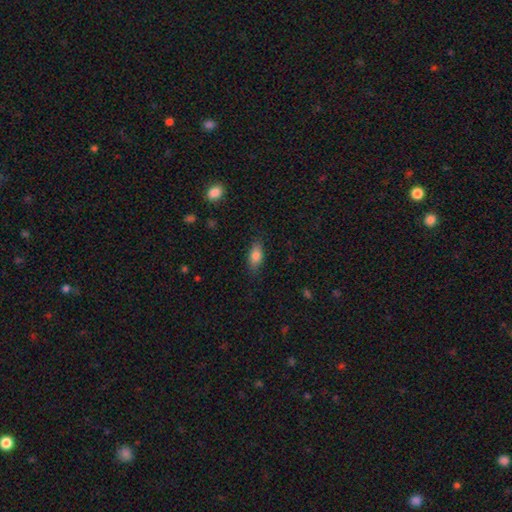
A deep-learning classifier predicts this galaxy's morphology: Smooth or featured? Predicted: smooth (p=0.79). How rounded? Predicted: in between (p=0.82). Merging? Predicted: none (p=0.84).